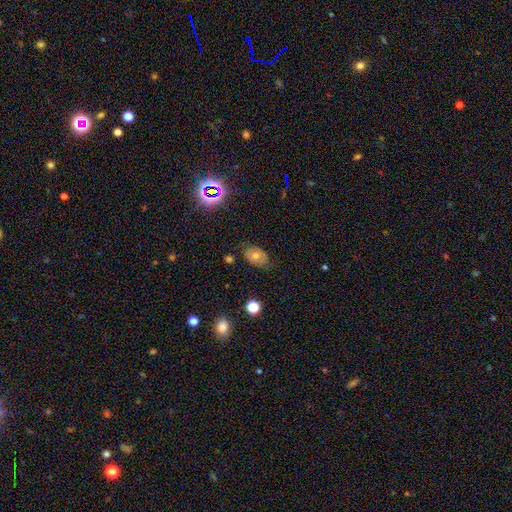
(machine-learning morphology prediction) This appears to be a smooth galaxy with no disk features (53%) that is in between round and cigar-shaped (78%). Merging: none (73%).